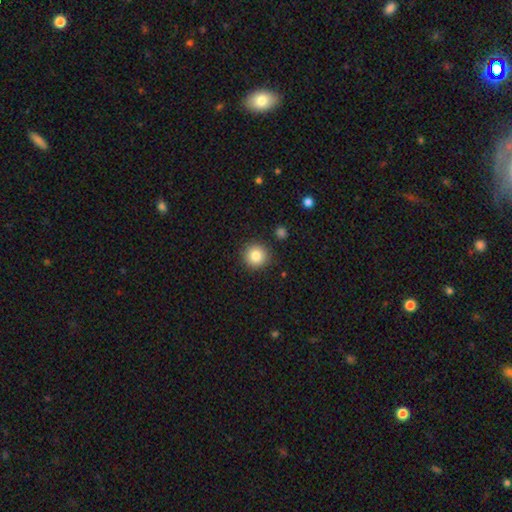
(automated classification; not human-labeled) Smooth or featured?
  - smooth: 84% *
  - star or artifact: 10%
  - featured or disk: 6%
How rounded?
  - round: 94% *
  - in between: 5%
  - cigar-shaped: 1%
Merging?
  - none: 89% *
  - minor disturbance: 7%
  - major disturbance: 2%
  - merger: 2%